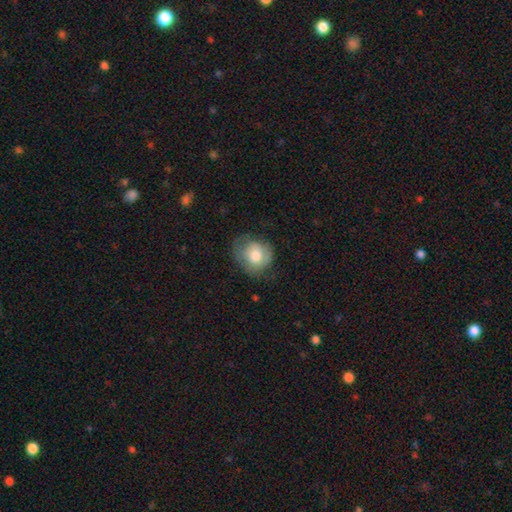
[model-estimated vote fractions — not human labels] The model was most divided on "merging": none: 53%, minor disturbance: 30%, major disturbance: 15%, merger: 1%. More confident: how rounded — round (73%); smooth or featured — smooth (71%).